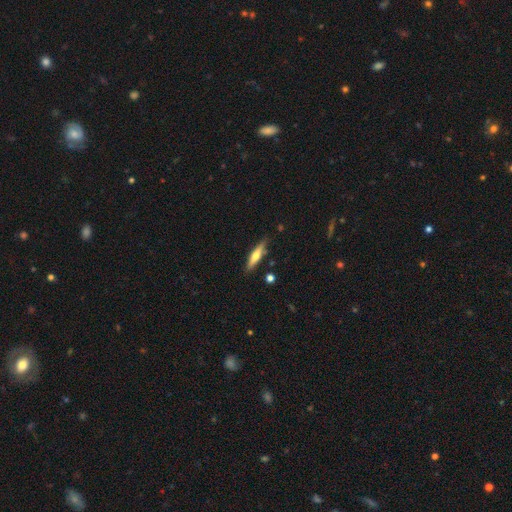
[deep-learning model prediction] smooth 53%, featured or disk 41%, star or artifact 6%. Down the decision tree: how rounded — cigar-shaped (81%); merging — none (84%).